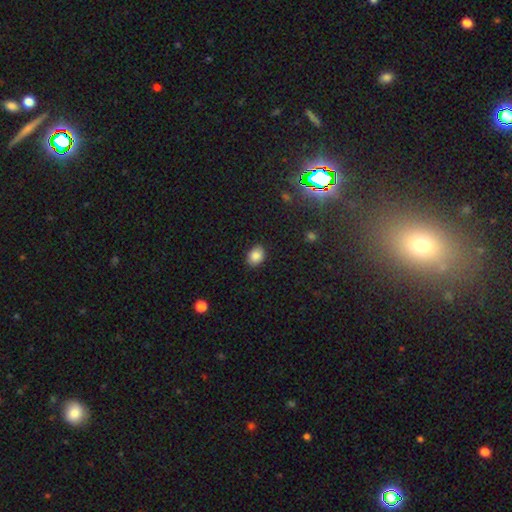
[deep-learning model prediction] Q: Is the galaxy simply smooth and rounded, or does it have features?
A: smooth — 86%.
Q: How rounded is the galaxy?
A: in between — 66%.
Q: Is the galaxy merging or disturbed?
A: none — 86%.